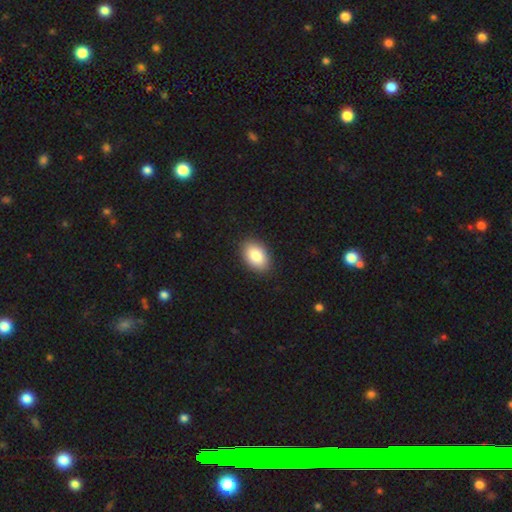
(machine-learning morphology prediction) smooth-or-featured: smooth: 86% | featured or disk: 7% | star or artifact: 7%
  how-rounded: in between: 90% | round: 9% | cigar-shaped: 1%
  merging: none: 90% | minor disturbance: 8% | major disturbance: 2% | merger: 1%